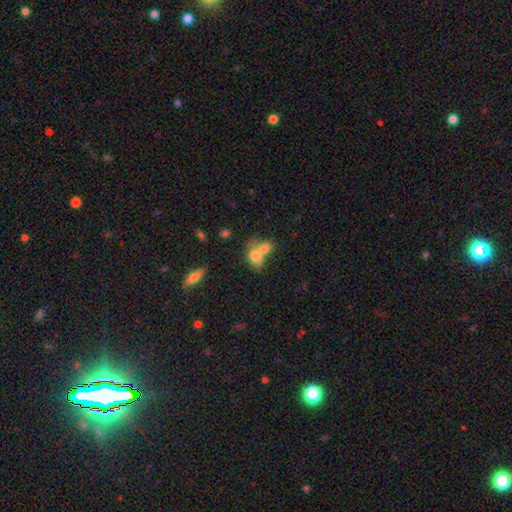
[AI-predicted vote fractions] Smooth or featured: smooth — 73% (featured or disk — 17%)
How rounded: in between — 74% (round — 23%)
Merging: merger — 65% (none — 21%)